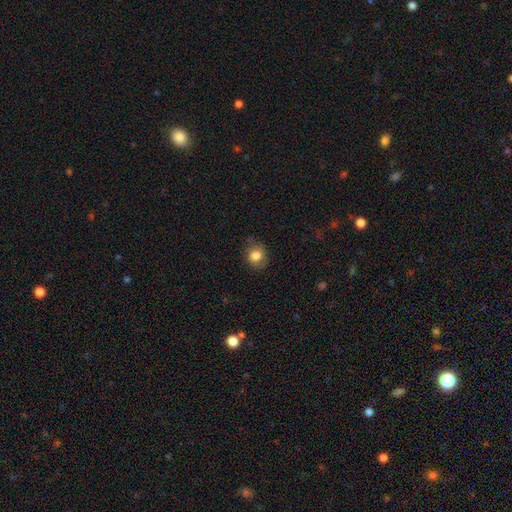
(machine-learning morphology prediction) Smooth or featured?
  - smooth: 82% *
  - star or artifact: 10%
  - featured or disk: 8%
How rounded?
  - round: 72% *
  - in between: 27%
  - cigar-shaped: 1%
Merging?
  - none: 76% *
  - minor disturbance: 18%
  - major disturbance: 4%
  - merger: 1%